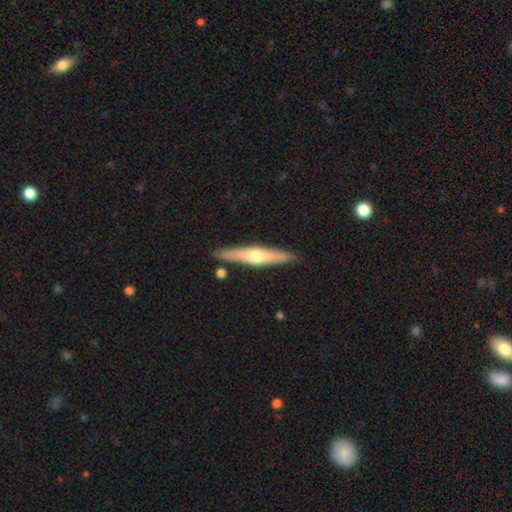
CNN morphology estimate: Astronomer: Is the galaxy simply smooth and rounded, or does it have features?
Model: featured or disk — 58% (runner-up: smooth, 36%).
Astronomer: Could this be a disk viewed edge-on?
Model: yes — 95%.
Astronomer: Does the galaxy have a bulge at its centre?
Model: rounded — 89%.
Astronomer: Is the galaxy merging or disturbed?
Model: none — 87%.